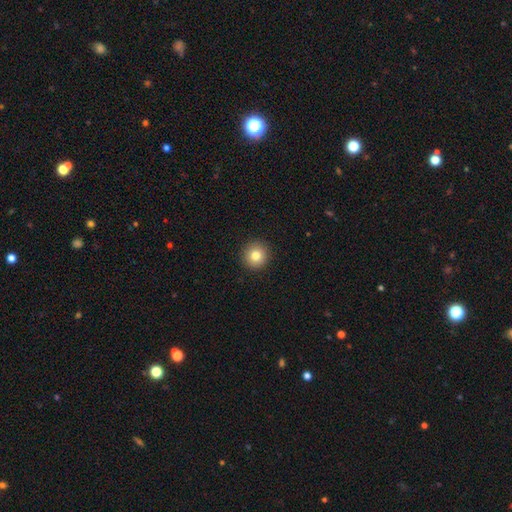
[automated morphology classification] Smooth or featured: smooth — 81% (star or artifact — 11%)
How rounded: round — 95% (in between — 4%)
Merging: none — 93% (minor disturbance — 4%)